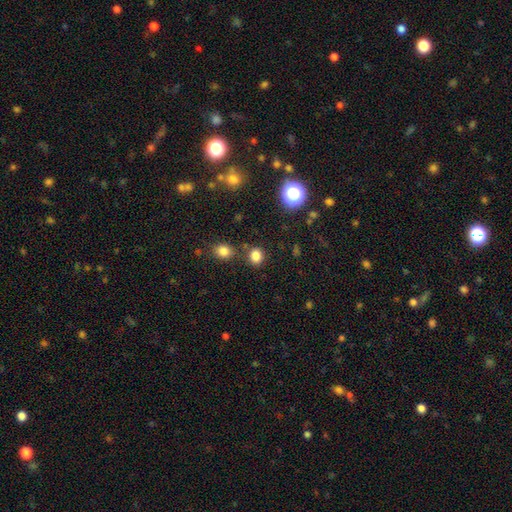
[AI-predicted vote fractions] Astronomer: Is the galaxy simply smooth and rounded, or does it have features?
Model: smooth — 82%.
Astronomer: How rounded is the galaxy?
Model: round — 70%.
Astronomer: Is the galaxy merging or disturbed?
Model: none — 79%.